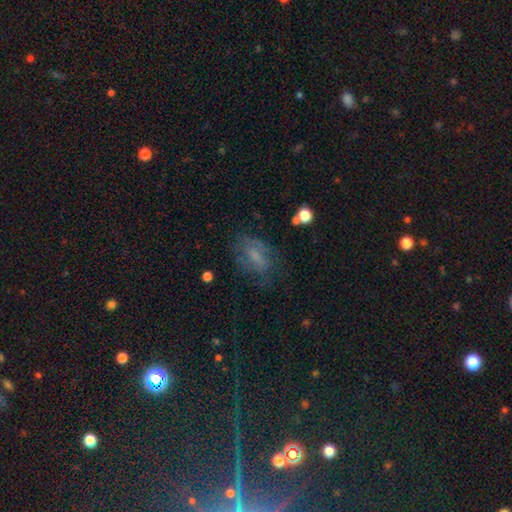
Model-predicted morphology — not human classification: smooth 45%, featured or disk 39%, star or artifact 16%. Down the decision tree: merging — none (62%).